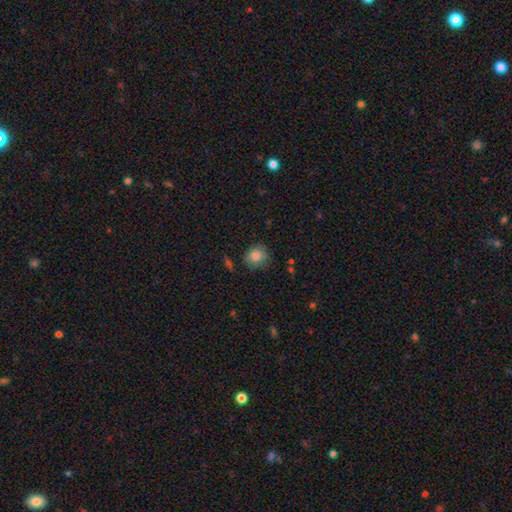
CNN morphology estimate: A smooth galaxy with no disk features (82%) that is round (76%). Merging: none (72%).